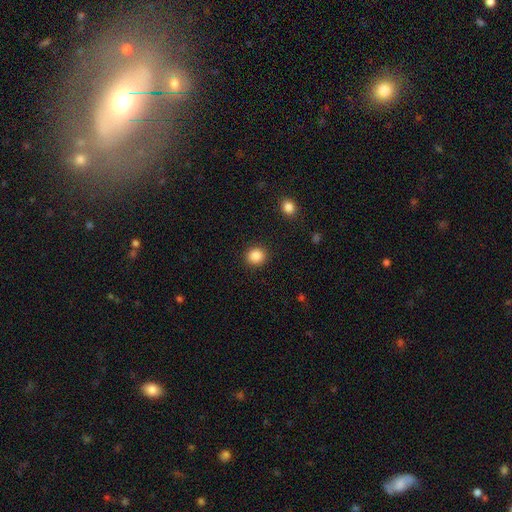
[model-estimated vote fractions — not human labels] The model was most divided on "how rounded": round: 82%, in between: 17%, cigar-shaped: 1%. More confident: merging — none (90%); smooth or featured — smooth (87%).